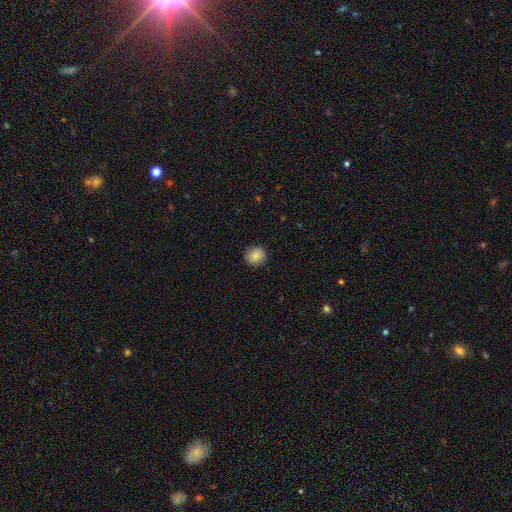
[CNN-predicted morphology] A smooth galaxy with no disk features (88%) that is round (89%). Merging: none (88%).